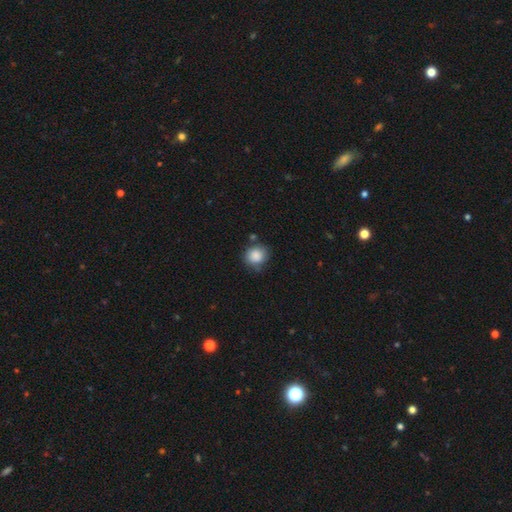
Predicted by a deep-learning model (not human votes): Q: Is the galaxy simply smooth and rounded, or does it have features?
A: smooth — 87%.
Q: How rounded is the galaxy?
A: round — 80%.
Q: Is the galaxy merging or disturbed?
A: none — 70%.